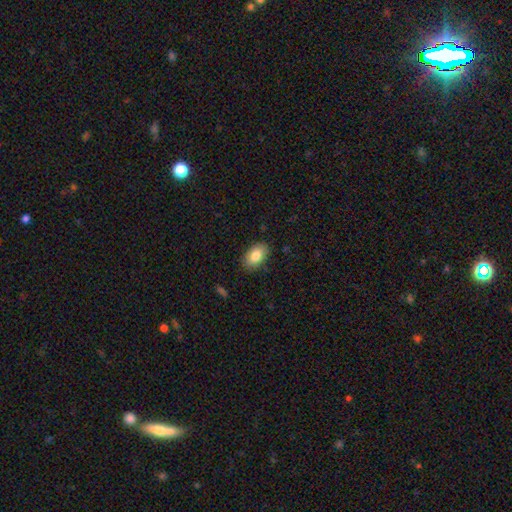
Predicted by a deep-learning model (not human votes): This appears to be a smooth galaxy with no disk features (84%) that is in between round and cigar-shaped (91%). Merging: none (87%).